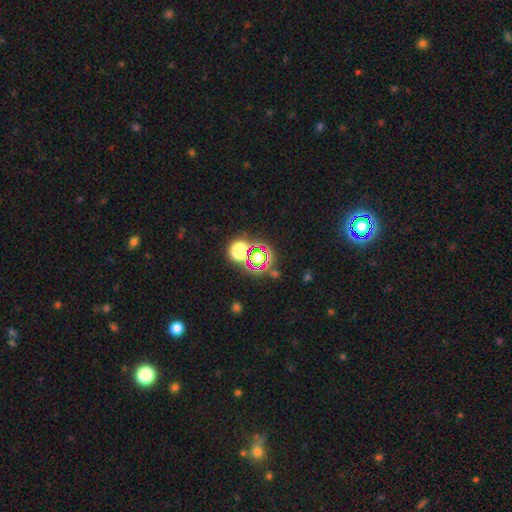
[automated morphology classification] type=star or artifact (59%).